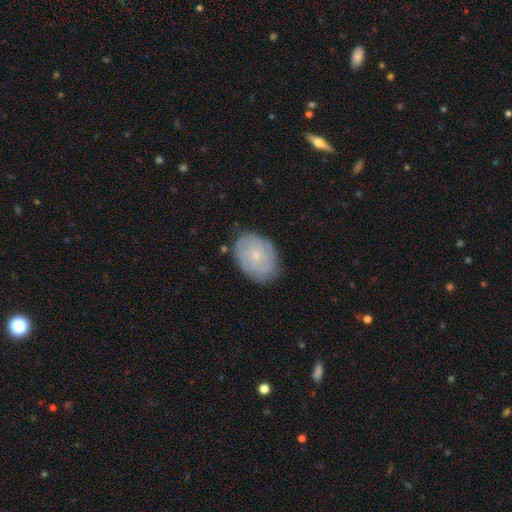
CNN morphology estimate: Q: Smooth or featured?
A: featured or disk (66%); runner-up: smooth (27%)
Q: Edge-on disk?
A: no (97%); runner-up: yes (3%)
Q: Bar?
A: no (79%); runner-up: weak (19%)
Q: Spiral arms?
A: yes (90%); runner-up: no (10%)
Q: Spiral winding?
A: tight (69%); runner-up: medium (24%)
Q: Spiral arm count?
A: can't tell (42%); runner-up: 3 (18%)
Q: Bulge size?
A: small (76%); runner-up: moderate (17%)
Q: Merging?
A: none (79%); runner-up: minor disturbance (16%)